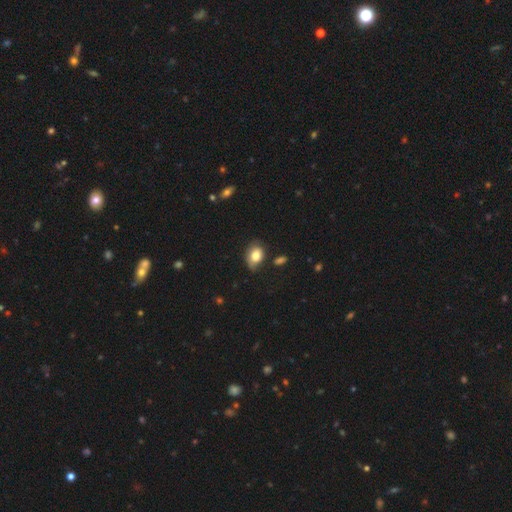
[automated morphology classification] Overall: smooth (78%). How rounded: in between (71%). Merging: none (60%; minor disturbance 30%).